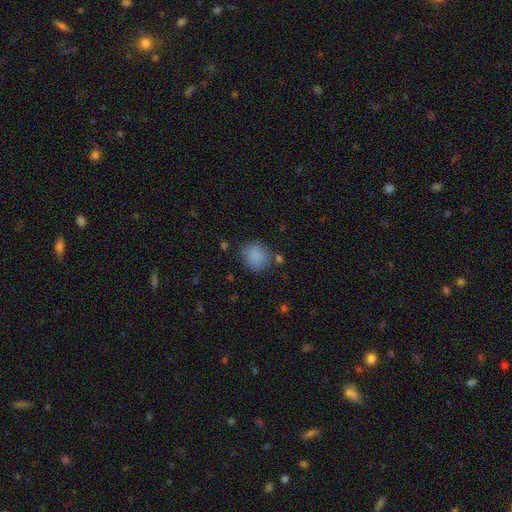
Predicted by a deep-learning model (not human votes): smooth_or_featured: smooth (p=0.86) [alt: star or artifact p=0.09]
how_rounded: round (p=0.79) [alt: in between p=0.20]
merging: none (p=0.77) [alt: minor disturbance p=0.14]